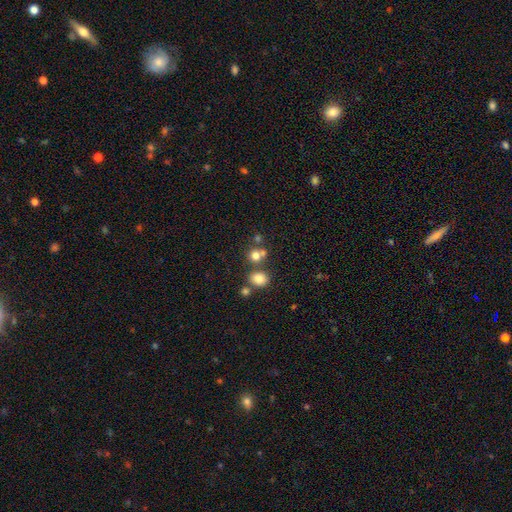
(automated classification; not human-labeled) smooth 75%, star or artifact 16%, featured or disk 9%. Down the decision tree: how rounded — round (80%); merging — none (60%).